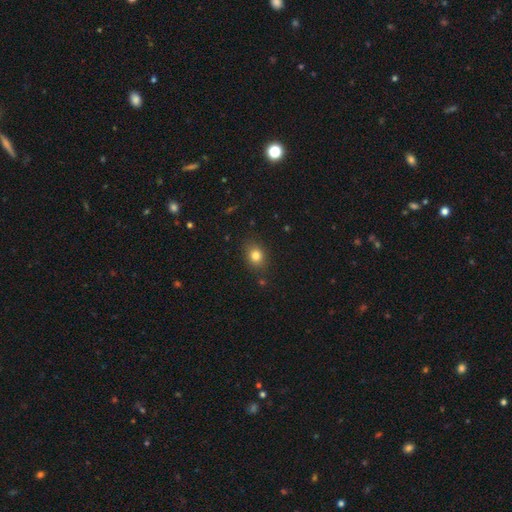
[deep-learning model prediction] A smooth galaxy with no disk features (81%) that is round (52%). Merging: none (85%).